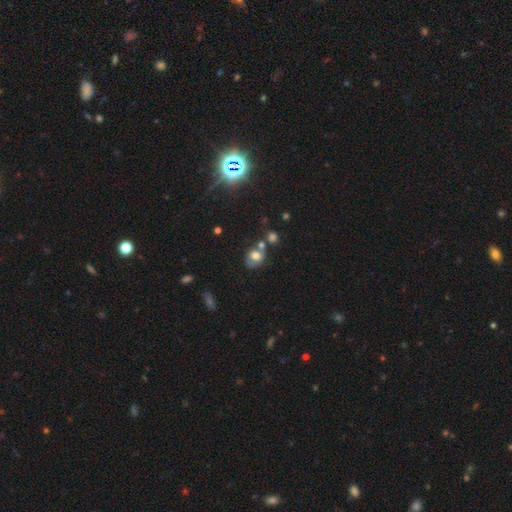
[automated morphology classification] smooth-or-featured: smooth: 63% | featured or disk: 26% | star or artifact: 11%
  how-rounded: in between: 51% | round: 48% | cigar-shaped: 1%
  merging: none: 47% | merger: 29% | minor disturbance: 17% | major disturbance: 7%